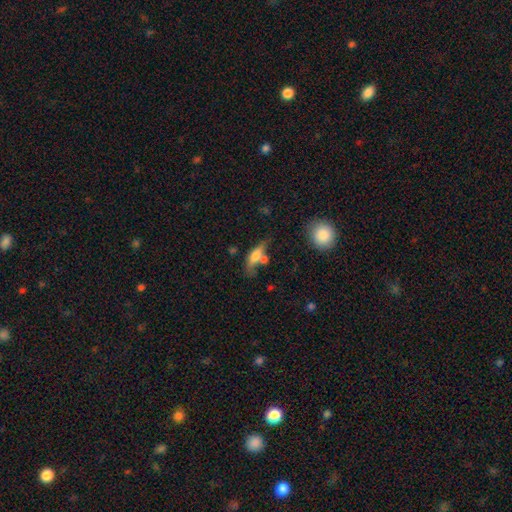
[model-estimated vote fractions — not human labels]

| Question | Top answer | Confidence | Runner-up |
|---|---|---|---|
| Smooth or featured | smooth | 63% | featured or disk (29%) |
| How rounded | cigar-shaped | 49% | in between (47%) |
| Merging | none | 46% | merger (24%) |